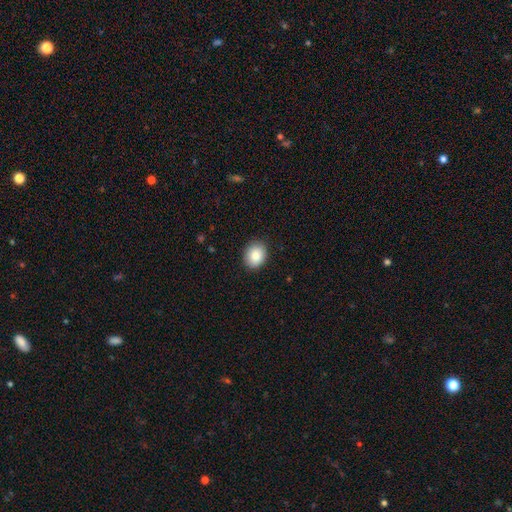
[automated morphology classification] Q: Smooth or featured?
A: smooth (87%); runner-up: star or artifact (8%)
Q: How rounded?
A: round (53%); runner-up: in between (46%)
Q: Merging?
A: none (88%); runner-up: minor disturbance (9%)